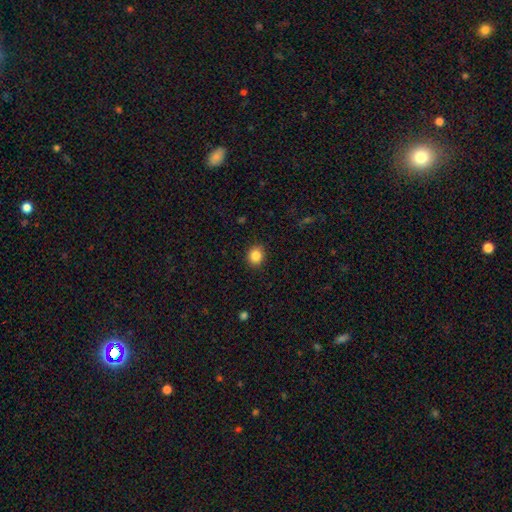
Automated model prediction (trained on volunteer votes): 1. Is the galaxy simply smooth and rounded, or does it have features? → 86% smooth, 10% star or artifact, 4% featured or disk.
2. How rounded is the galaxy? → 76% round, 23% in between, 1% cigar-shaped.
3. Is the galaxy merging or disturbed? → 89% none, 8% minor disturbance, 2% major disturbance, 1% merger.